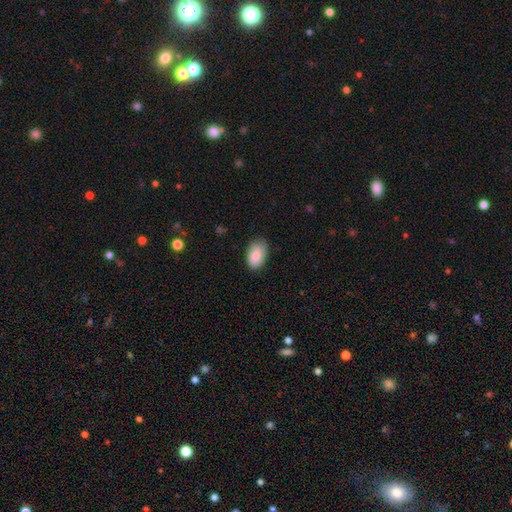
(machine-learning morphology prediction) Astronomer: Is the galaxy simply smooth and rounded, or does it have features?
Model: smooth — 83%.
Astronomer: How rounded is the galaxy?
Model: in between — 89%.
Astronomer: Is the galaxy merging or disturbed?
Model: none — 73%.